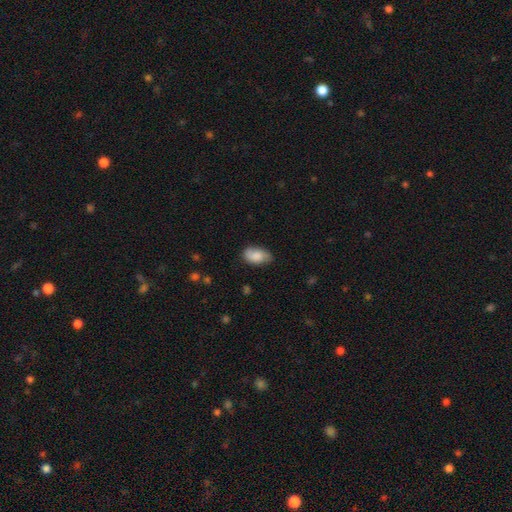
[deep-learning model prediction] Smooth or featured?
  - smooth: 76% *
  - featured or disk: 17%
  - star or artifact: 7%
How rounded?
  - in between: 92% *
  - round: 6%
  - cigar-shaped: 2%
Merging?
  - none: 72% *
  - minor disturbance: 22%
  - major disturbance: 5%
  - merger: 1%